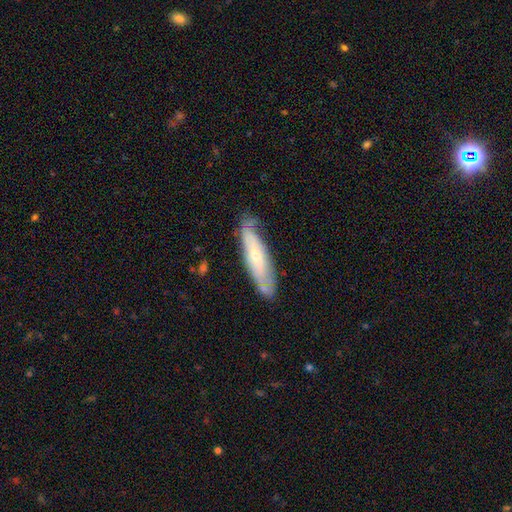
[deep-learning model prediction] A featured or disk galaxy (53%). Merging: none (66%).